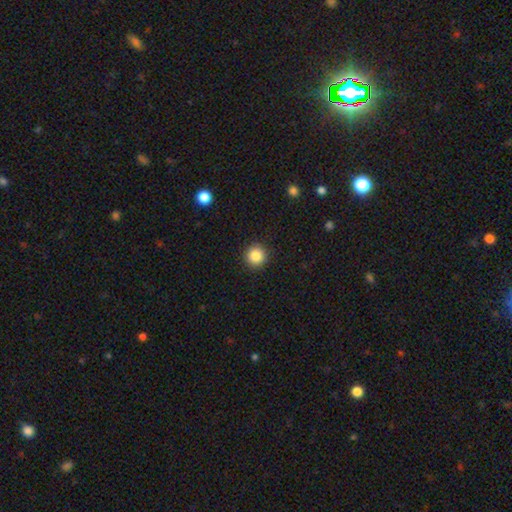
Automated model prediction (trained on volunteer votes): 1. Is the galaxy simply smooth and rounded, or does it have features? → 86% smooth, 10% star or artifact, 4% featured or disk.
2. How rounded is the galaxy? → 95% round, 4% in between, 1% cigar-shaped.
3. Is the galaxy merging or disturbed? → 92% none, 5% minor disturbance, 2% major disturbance, 1% merger.